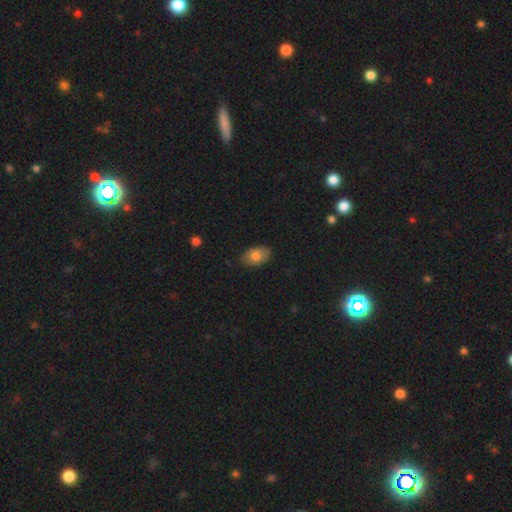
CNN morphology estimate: A smooth galaxy with no disk features (81%) that is in between round and cigar-shaped (91%). Merging: none (82%).